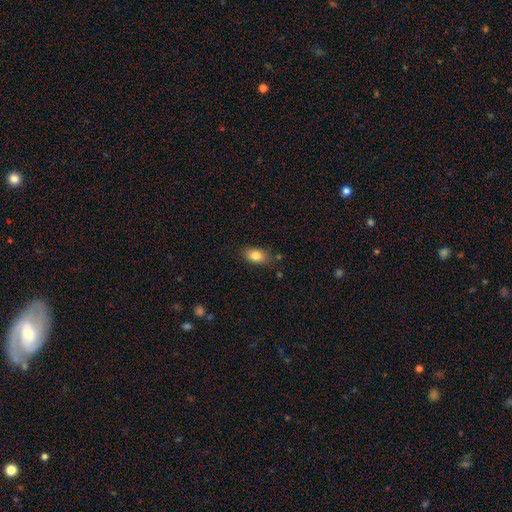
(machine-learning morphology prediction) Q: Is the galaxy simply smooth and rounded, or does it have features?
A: smooth — 83%.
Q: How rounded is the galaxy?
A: in between — 88%.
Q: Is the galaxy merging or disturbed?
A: none — 79%.